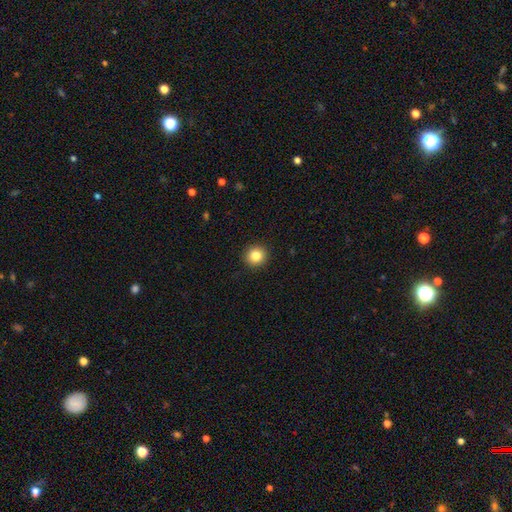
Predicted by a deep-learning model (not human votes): A smooth galaxy with no disk features (84%) that is round (94%). Merging: none (93%).